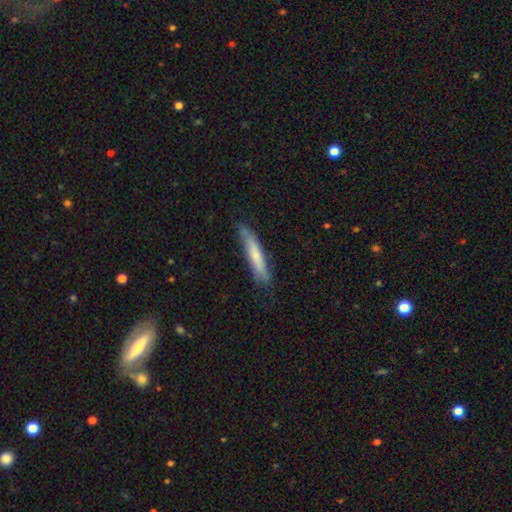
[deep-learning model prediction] Smooth or featured: smooth — 64% (featured or disk — 30%)
How rounded: cigar-shaped — 91% (in between — 8%)
Merging: none — 77% (minor disturbance — 19%)